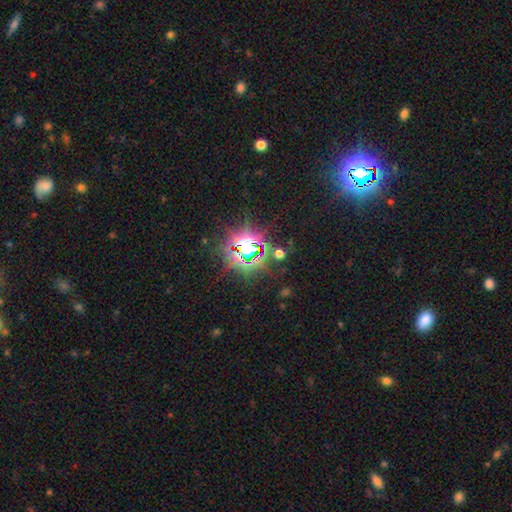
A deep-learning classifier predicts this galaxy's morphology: This appears to be a star or artifact, not a galaxy (82%).